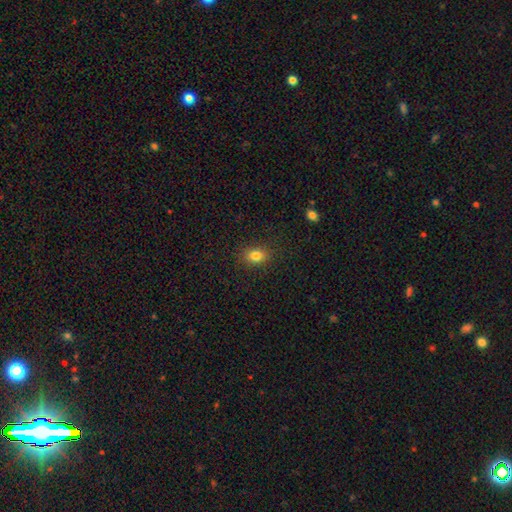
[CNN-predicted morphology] Smooth or featured?
  - smooth: 82% *
  - star or artifact: 11%
  - featured or disk: 7%
How rounded?
  - in between: 69% *
  - round: 30%
  - cigar-shaped: 2%
Merging?
  - none: 87% *
  - minor disturbance: 9%
  - major disturbance: 3%
  - merger: 1%